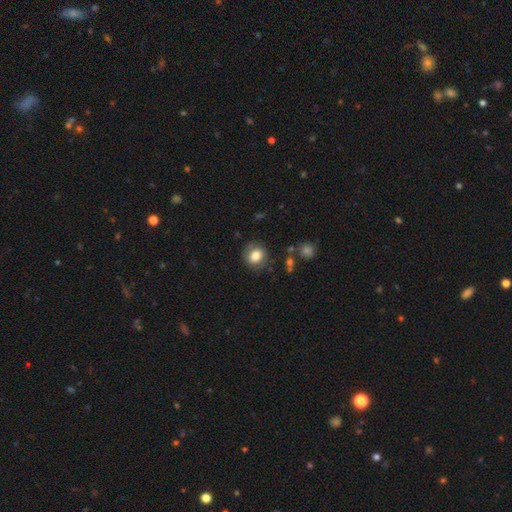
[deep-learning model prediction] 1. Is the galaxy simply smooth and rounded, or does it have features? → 79% smooth, 12% featured or disk, 9% star or artifact.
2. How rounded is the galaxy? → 77% round, 22% in between, 1% cigar-shaped.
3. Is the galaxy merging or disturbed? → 80% none, 13% minor disturbance, 4% major disturbance, 2% merger.